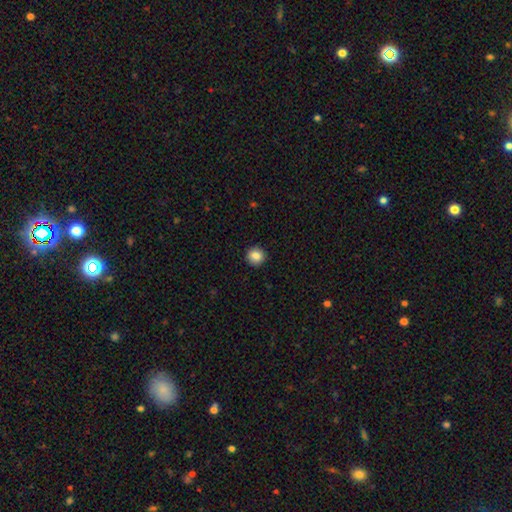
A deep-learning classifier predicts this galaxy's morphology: Smooth or featured? smooth (85%)
How rounded? round (94%)
Merging? none (93%)